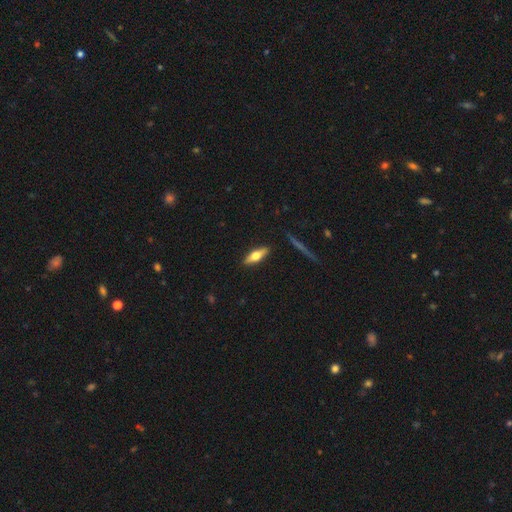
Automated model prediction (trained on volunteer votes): Smooth or featured? smooth (50%)
Merging? none (89%)